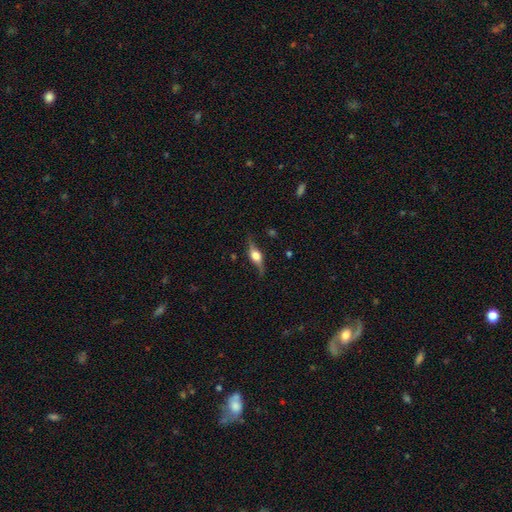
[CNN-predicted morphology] Smooth or featured? featured or disk (67%)
Edge-on disk? yes (78%)
Edge-on bulge? rounded (92%)
Merging? none (71%)